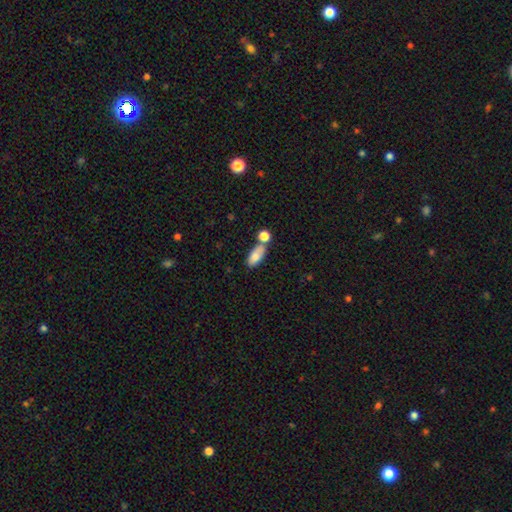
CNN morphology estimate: A smooth galaxy with no disk features (80%) that is in between round and cigar-shaped (86%). Merging: none (52%).